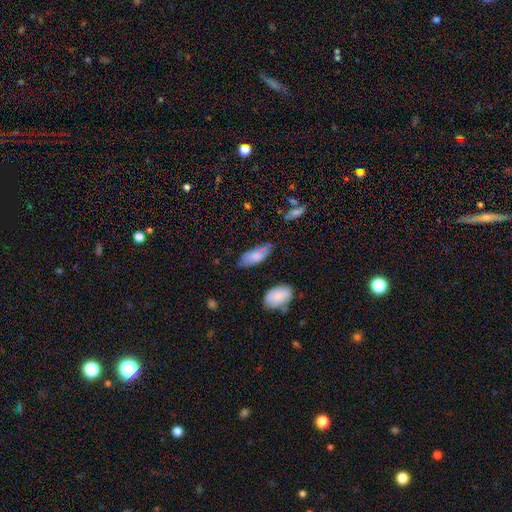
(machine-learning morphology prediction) This appears to be a smooth galaxy with no disk features (77%) that is in between round and cigar-shaped (83%). Merging: none (60%).